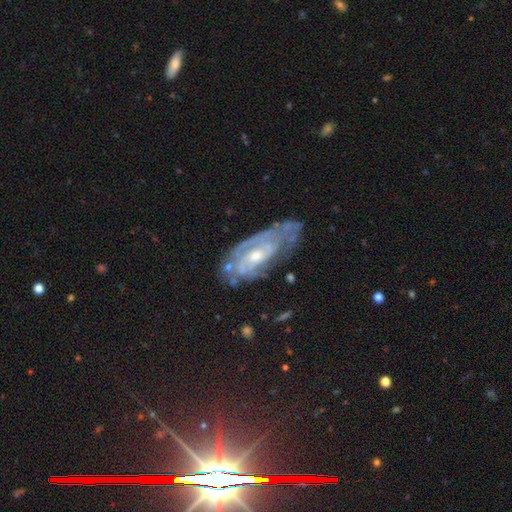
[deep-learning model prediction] This is likely a featured or disk galaxy (80%). It is clearly not viewed edge-on (90%). Bar: likely no (65%). Spiral arm pattern: clearly yes (85%). Spiral arm count: possibly can't tell (49%). Spiral winding: likely tight (61%). Central bulge: possibly moderate (52%). Merging: possibly none (57%).